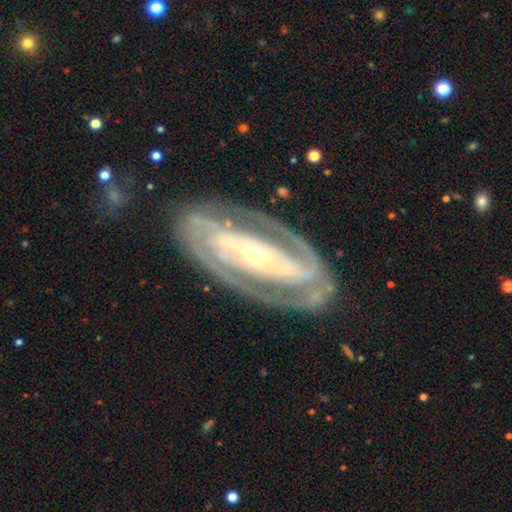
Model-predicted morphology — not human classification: The model was most divided on "bar": no: 42%, strong: 36%, weak: 21%. More confident: spiral arms — yes (94%); edge-on disk — no (93%); smooth or featured — featured or disk (90%); merging — none (79%); spiral arm count — 2 (70%); spiral winding — tight (64%); bulge size — small (62%).